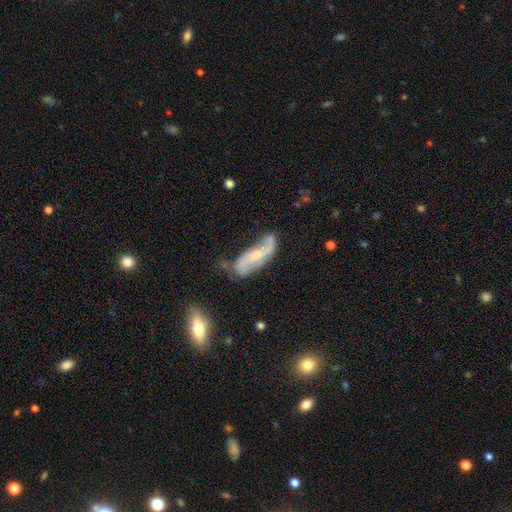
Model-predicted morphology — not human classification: Smooth or featured: featured or disk — 73% (smooth — 21%)
Edge-on disk: no — 89% (yes — 11%)
Bar: no — 44% (weak — 39%)
Spiral arms: yes — 90% (no — 10%)
Spiral winding: loose — 61% (medium — 28%)
Spiral arm count: 2 — 87% (can't tell — 6%)
Bulge size: small — 55% (moderate — 35%)
Merging: none — 55% (minor disturbance — 26%)